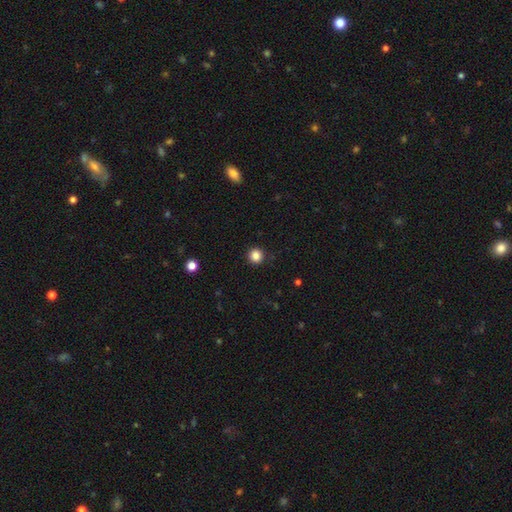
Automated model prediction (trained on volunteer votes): This is clearly a smooth galaxy (85%). How rounded: clearly round (94%). Merging: clearly none (92%).